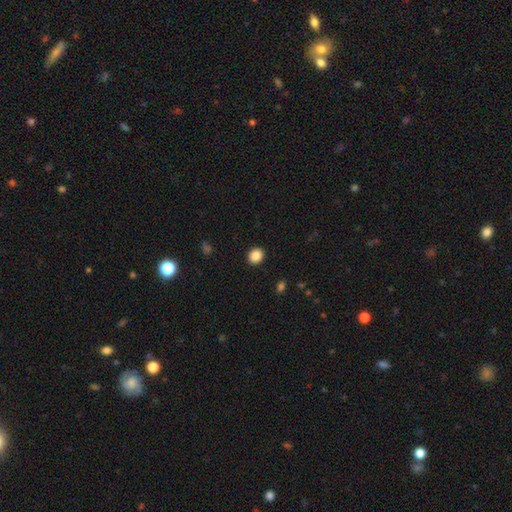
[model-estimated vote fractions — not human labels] Q: Smooth or featured?
A: smooth (87%); runner-up: star or artifact (9%)
Q: How rounded?
A: round (72%); runner-up: in between (28%)
Q: Merging?
A: none (92%); runner-up: minor disturbance (5%)